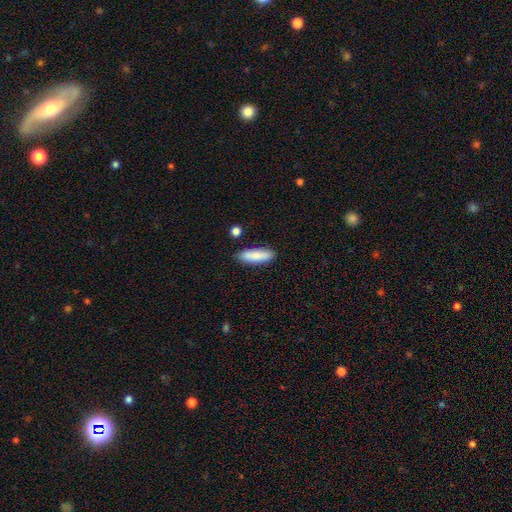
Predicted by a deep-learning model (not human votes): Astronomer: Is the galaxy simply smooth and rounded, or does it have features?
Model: smooth — 85%.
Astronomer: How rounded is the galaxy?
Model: cigar-shaped — 53% (runner-up: in between, 46%).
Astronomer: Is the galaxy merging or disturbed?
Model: none — 85%.